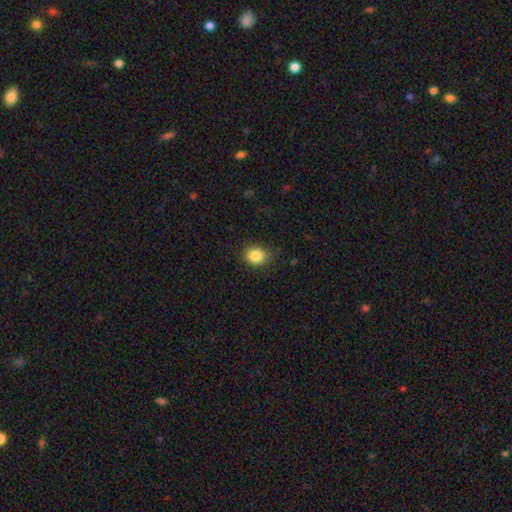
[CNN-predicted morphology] This is clearly a smooth galaxy (85%). How rounded: likely round (65%). Merging: likely none (80%).